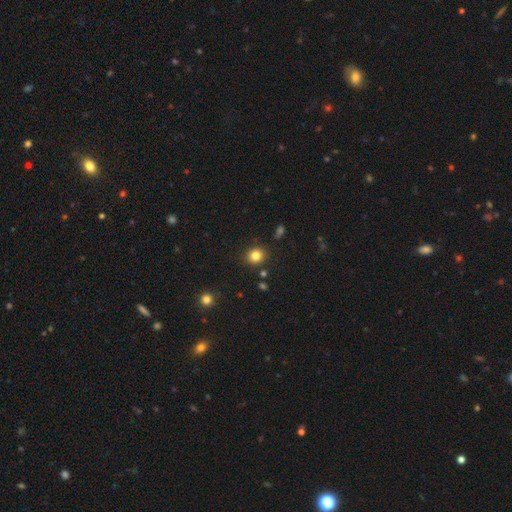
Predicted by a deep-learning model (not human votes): A smooth galaxy with no disk features (82%) that is round (80%). Merging: none (88%).